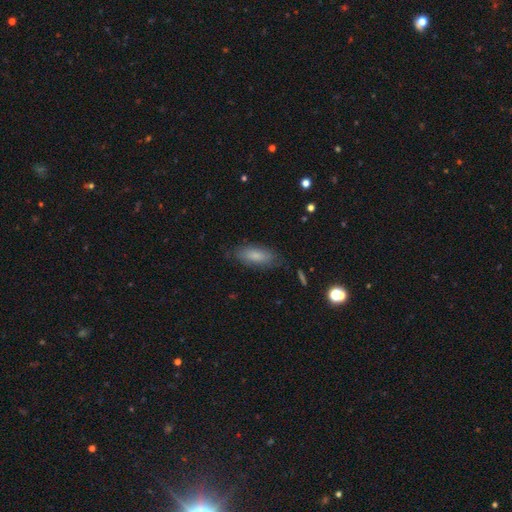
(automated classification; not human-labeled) The model was most divided on "how rounded": in between: 77%, cigar-shaped: 21%, round: 2%. More confident: smooth or featured — smooth (78%); merging — none (77%).